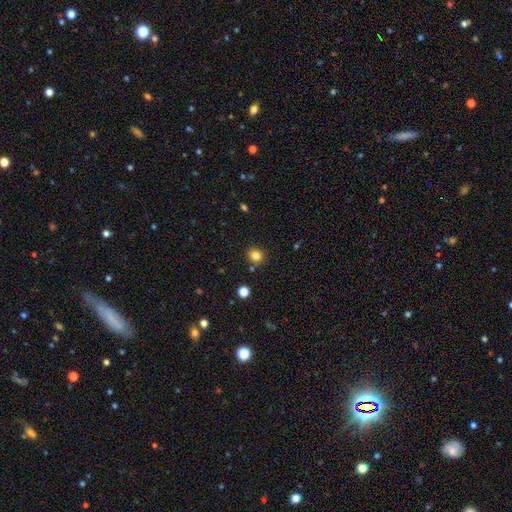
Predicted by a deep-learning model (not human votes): smooth 82%, star or artifact 13%, featured or disk 5%. Down the decision tree: how rounded — round (88%); merging — none (86%).